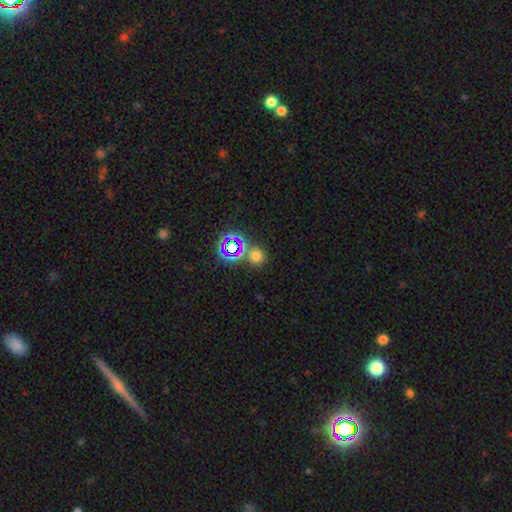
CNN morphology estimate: A smooth galaxy with no disk features (61%) that is round (85%). Merging: none (70%).